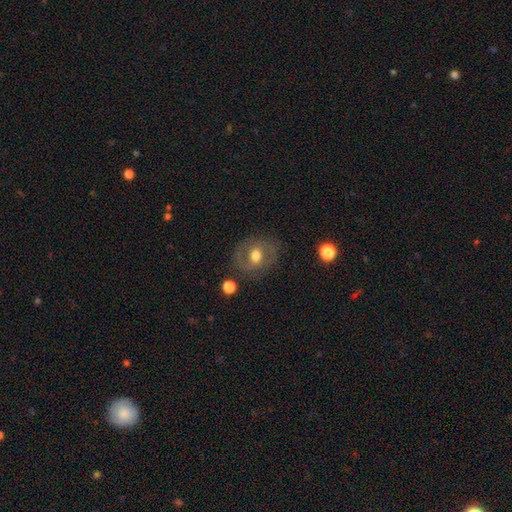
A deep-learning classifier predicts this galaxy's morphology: smooth_or_featured: featured or disk (p=0.50) [alt: smooth p=0.42]
merging: none (p=0.75) [alt: minor disturbance p=0.15]